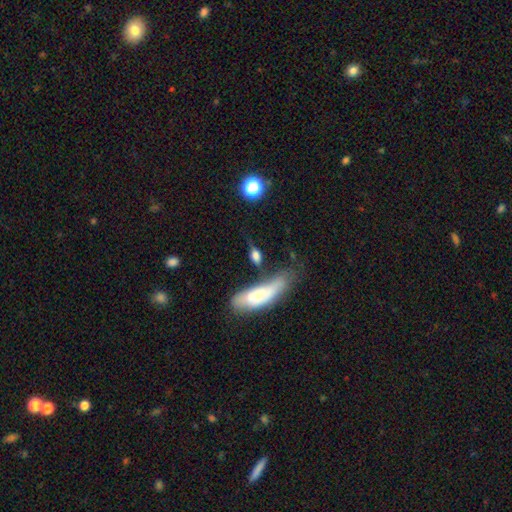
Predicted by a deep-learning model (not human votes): This is likely a smooth galaxy (61%). How rounded: likely in between (61%). Merging: possibly none (51%).